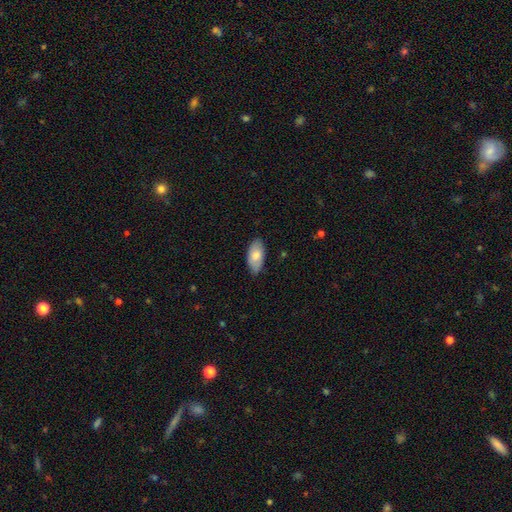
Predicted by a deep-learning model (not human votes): This appears to be a smooth galaxy with no disk features (74%) that is in between round and cigar-shaped (93%). Merging: none (79%).